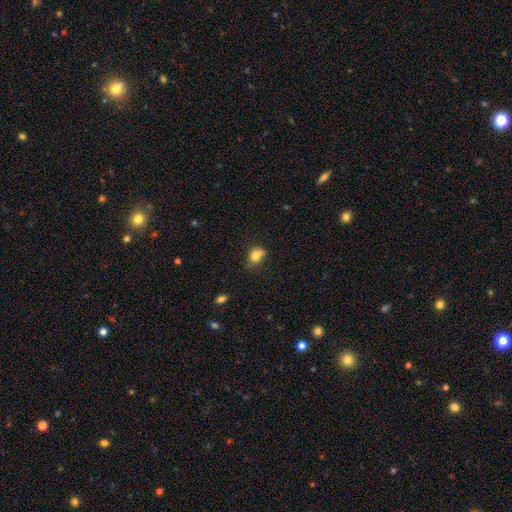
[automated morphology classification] A smooth galaxy with no disk features (78%) that is in between round and cigar-shaped (52%).

Vote fractions:
- Smooth or featured? smooth: 78% / featured or disk: 11% / star or artifact: 11%
- How rounded? in between: 52% / round: 47% / cigar-shaped: 1%
- Merging? none: 50% / minor disturbance: 30% / merger: 12% / major disturbance: 8%